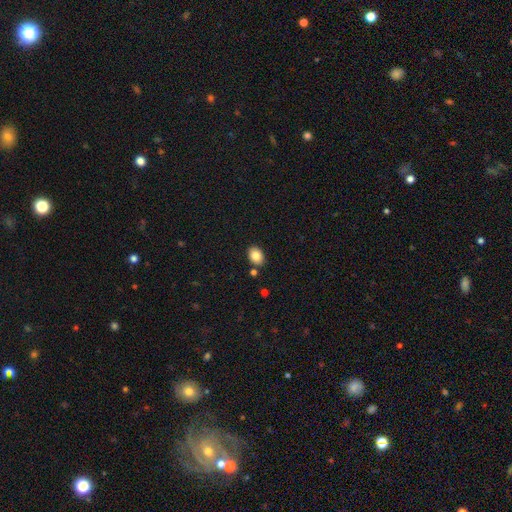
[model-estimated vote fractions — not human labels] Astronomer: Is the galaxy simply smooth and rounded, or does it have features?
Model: smooth — 85%.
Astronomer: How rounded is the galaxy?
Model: in between — 74%.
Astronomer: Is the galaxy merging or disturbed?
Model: none — 83%.